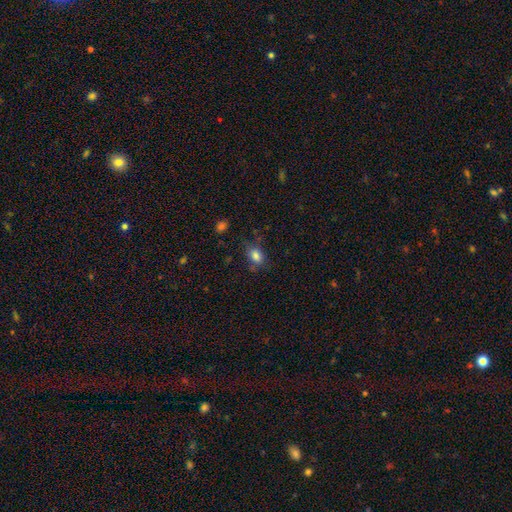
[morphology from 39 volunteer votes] smooth-or-featured: smooth: 87% | featured or disk: 8% | star or artifact: 5%
  how-rounded: in between: 82% | round: 18% | cigar-shaped: 0%
  merging: none: 73% | minor disturbance: 14% | major disturbance: 11% | merger: 3%